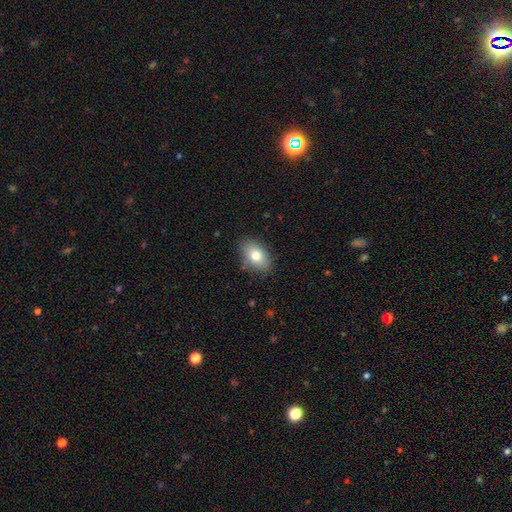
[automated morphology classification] A smooth galaxy with no disk features (78%) that is in between round and cigar-shaped (87%). Merging: none (83%).